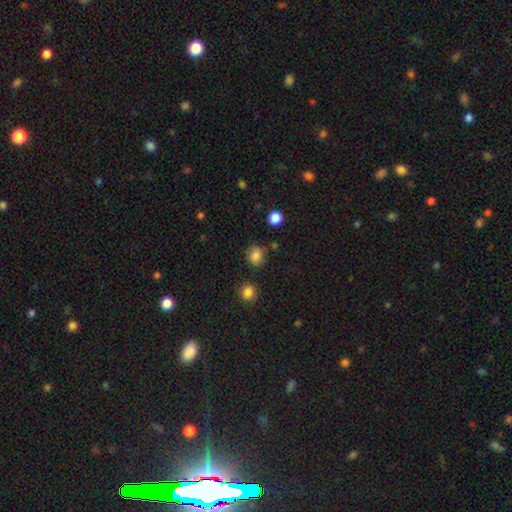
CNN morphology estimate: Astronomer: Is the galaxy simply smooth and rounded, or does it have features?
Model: smooth — 84%.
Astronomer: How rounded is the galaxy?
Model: round — 74%.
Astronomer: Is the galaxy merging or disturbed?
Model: none — 80%.